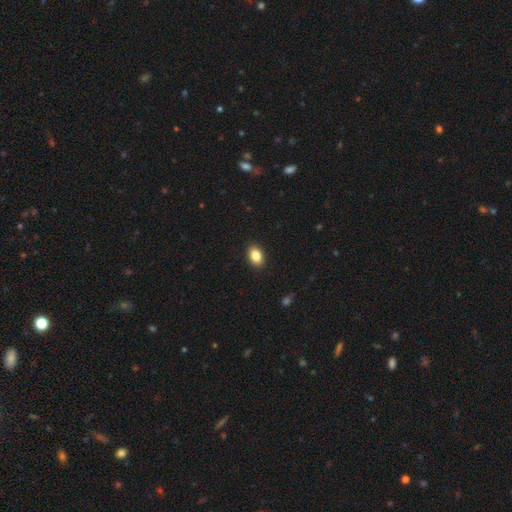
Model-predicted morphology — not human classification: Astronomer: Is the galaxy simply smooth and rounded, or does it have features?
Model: smooth — 86%.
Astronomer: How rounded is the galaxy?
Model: in between — 86%.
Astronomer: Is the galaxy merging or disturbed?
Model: none — 91%.